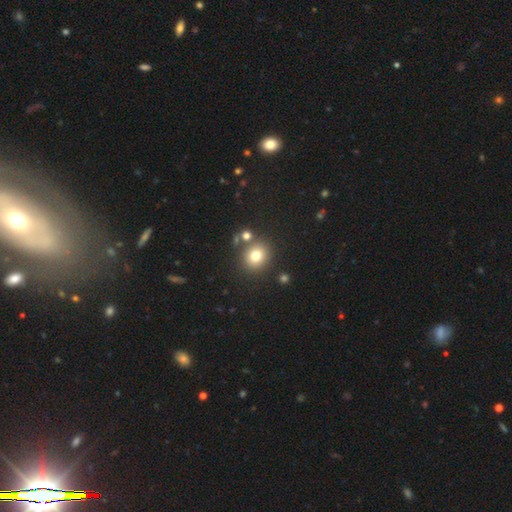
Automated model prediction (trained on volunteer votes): Smooth or featured?
  - smooth: 76% *
  - star or artifact: 14%
  - featured or disk: 10%
How rounded?
  - round: 83% *
  - in between: 17%
  - cigar-shaped: 1%
Merging?
  - none: 78% *
  - merger: 11%
  - minor disturbance: 8%
  - major disturbance: 3%